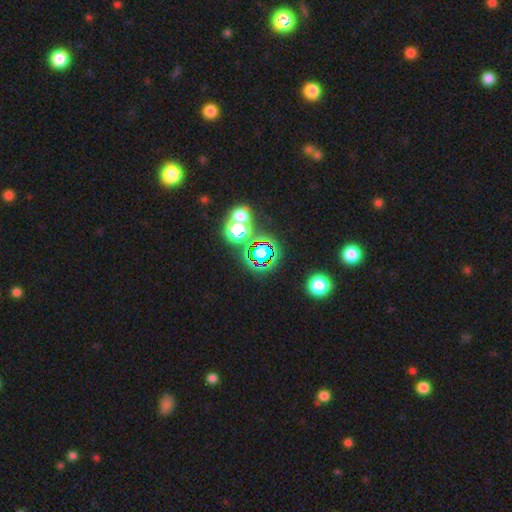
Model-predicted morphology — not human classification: This appears to be a star or artifact, not a galaxy (68%).